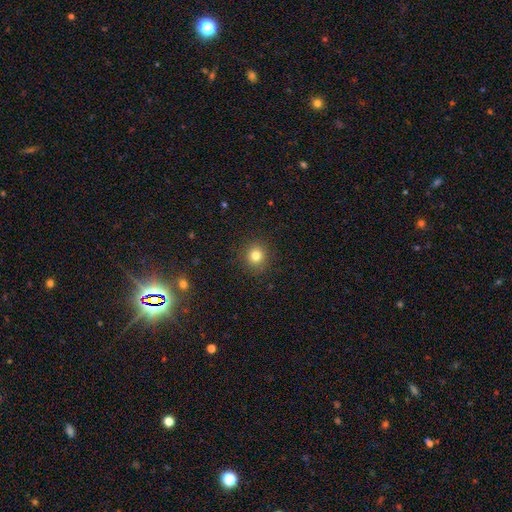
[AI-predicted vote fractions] This appears to be a smooth galaxy with no disk features (80%) that is round (91%). Merging: none (90%).